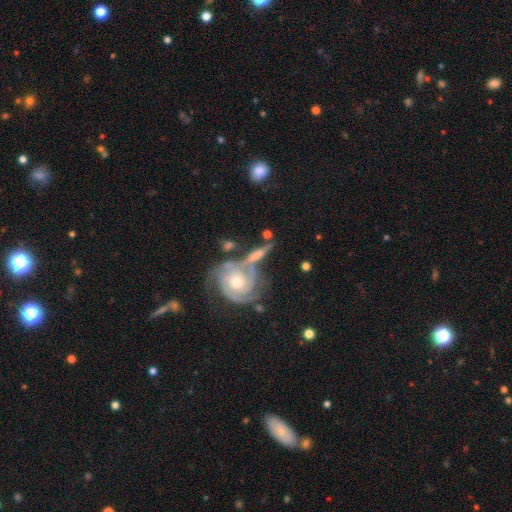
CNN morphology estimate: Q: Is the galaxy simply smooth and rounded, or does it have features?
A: featured or disk — 68%.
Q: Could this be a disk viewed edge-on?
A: no — 71%.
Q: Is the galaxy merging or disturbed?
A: none — 43%.